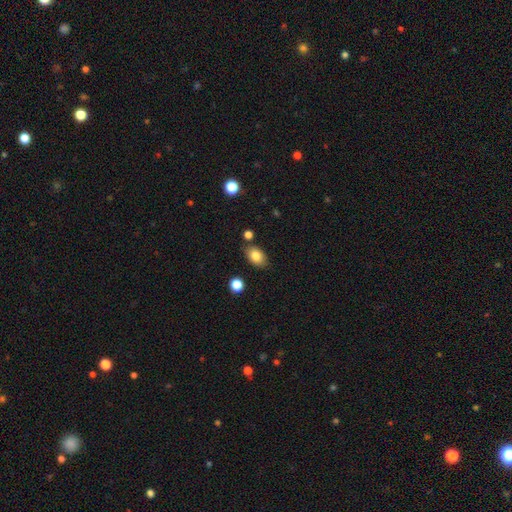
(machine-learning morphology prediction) This is clearly a smooth galaxy (83%). How rounded: clearly in between (86%). Merging: clearly none (81%).